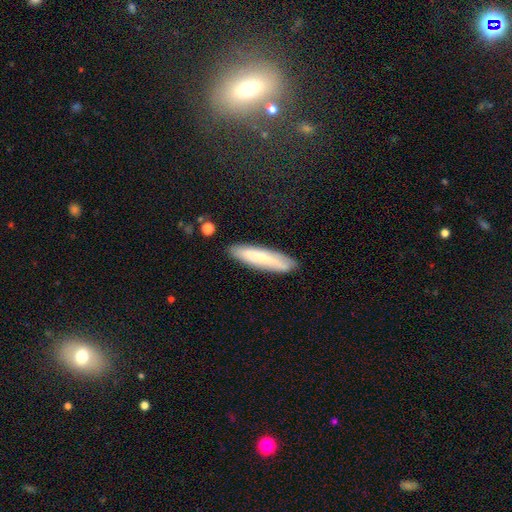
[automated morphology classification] This appears to be a smooth galaxy with no disk features (61%) that is cigar-shaped (82%). Merging: none (86%).